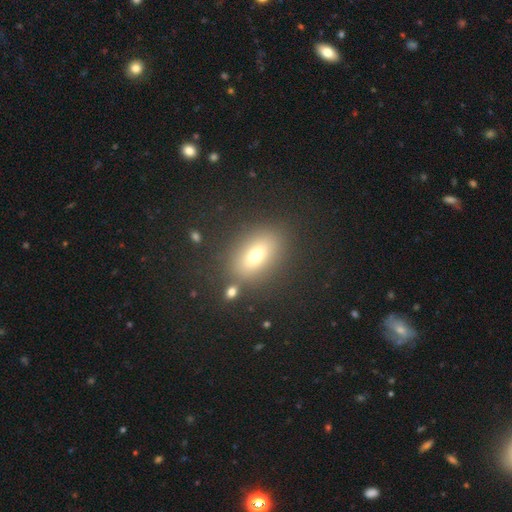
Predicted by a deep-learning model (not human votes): This appears to be a smooth galaxy with no disk features (67%) that is in between round and cigar-shaped (79%). Merging: none (83%).